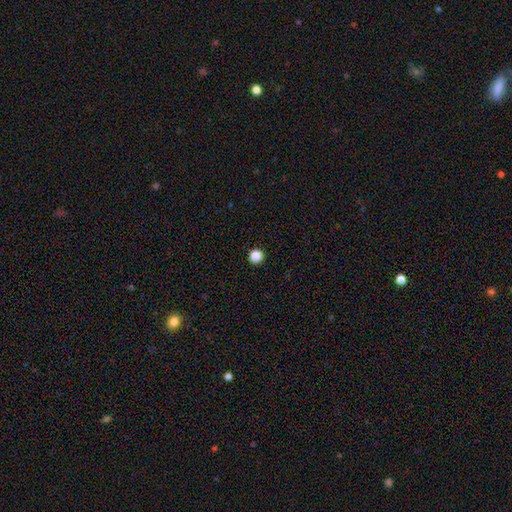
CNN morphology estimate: This appears to be a smooth galaxy with no disk features (86%) that is round (96%). Merging: none (94%).